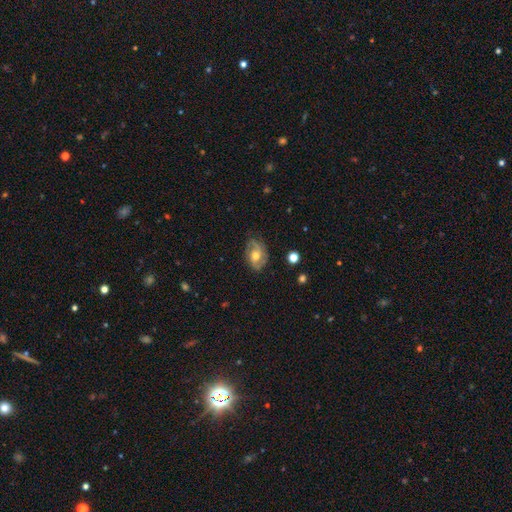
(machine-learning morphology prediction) featured or disk 72%, smooth 21%, star or artifact 7%. Down the decision tree: edge-on disk — no (96%); bar — no (58%); spiral arms — yes (88%); spiral arm count — 2 (68%); spiral winding — medium (43%); bulge size — moderate (71%); merging — none (71%).